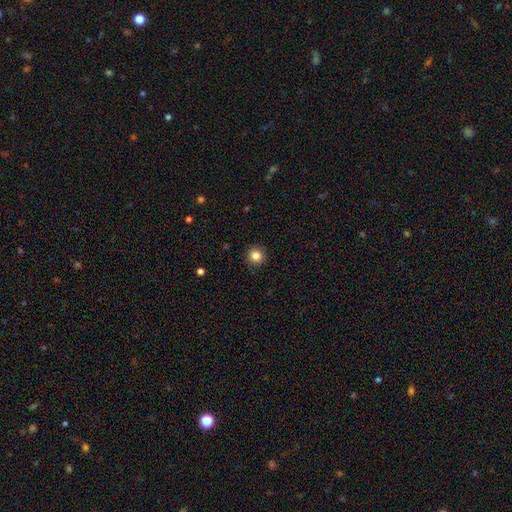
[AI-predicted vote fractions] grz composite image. It shows a smooth galaxy with no disk features (85%) that is round (93%). Merging: none (91%).